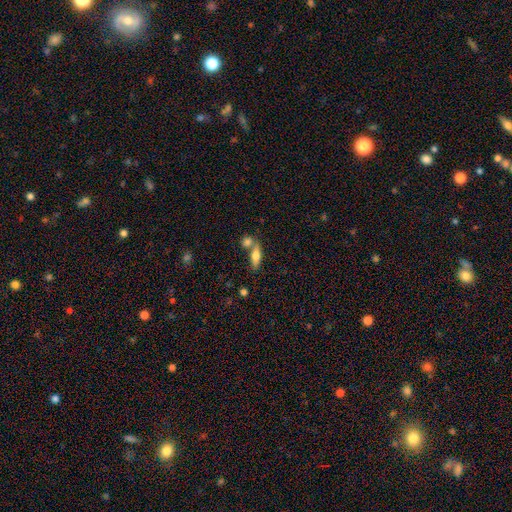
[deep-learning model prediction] This appears to be a smooth galaxy with no disk features (63%) that is in between round and cigar-shaped (56%). Merging: none (51%).